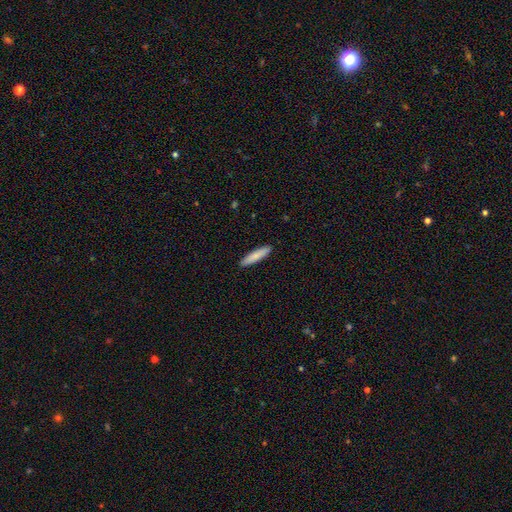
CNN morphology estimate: smooth_or_featured: smooth (p=0.81) [alt: featured or disk p=0.13]
how_rounded: cigar-shaped (p=0.83) [alt: in between p=0.15]
merging: none (p=0.91) [alt: minor disturbance p=0.07]